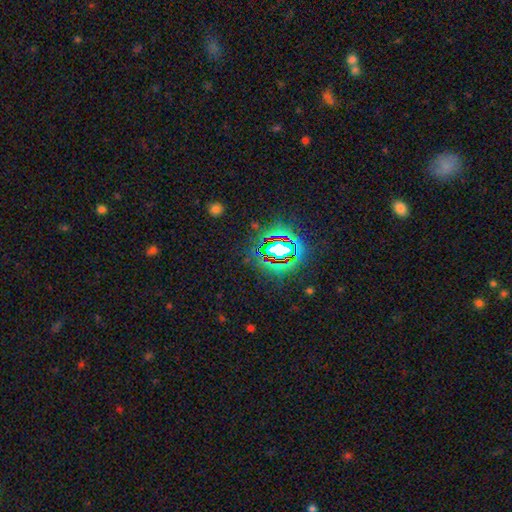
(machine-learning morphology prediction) Q: Smooth or featured?
A: star or artifact (79%); runner-up: smooth (13%)